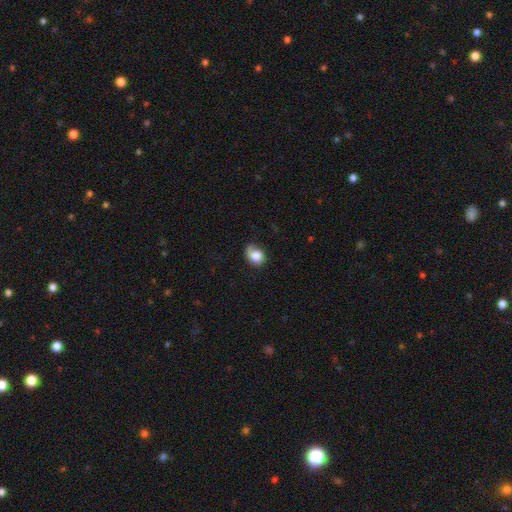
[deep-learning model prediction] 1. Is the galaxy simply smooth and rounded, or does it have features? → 70% smooth, 22% featured or disk, 9% star or artifact.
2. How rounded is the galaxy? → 50% round, 49% in between, 1% cigar-shaped.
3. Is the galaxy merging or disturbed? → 50% none, 31% minor disturbance, 16% major disturbance, 3% merger.